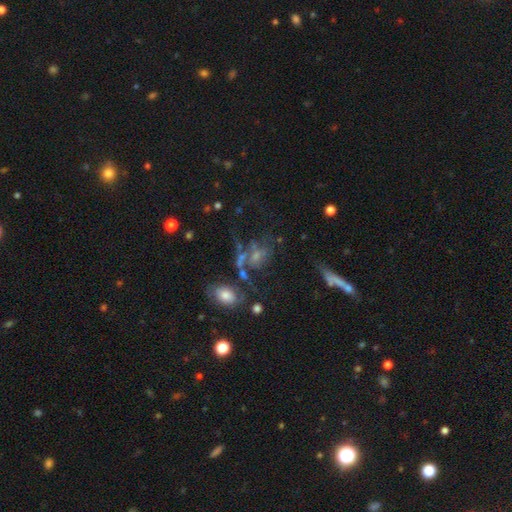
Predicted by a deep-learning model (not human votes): This appears to be a featured or disk galaxy (41%). Merging: none (37%).